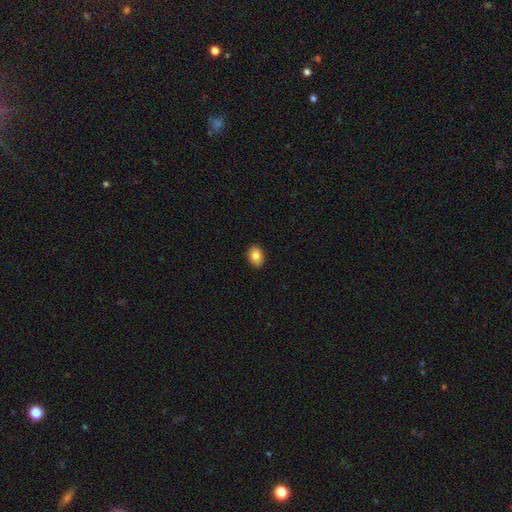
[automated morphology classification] smooth 84%, star or artifact 8%, featured or disk 7%. Down the decision tree: how rounded — in between (75%); merging — none (90%).